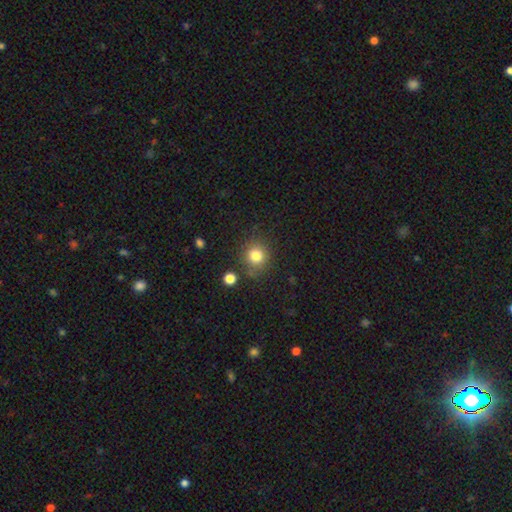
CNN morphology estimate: Smooth or featured? Predicted: smooth (p=0.81). How rounded? Predicted: round (p=0.85). Merging? Predicted: none (p=0.78).